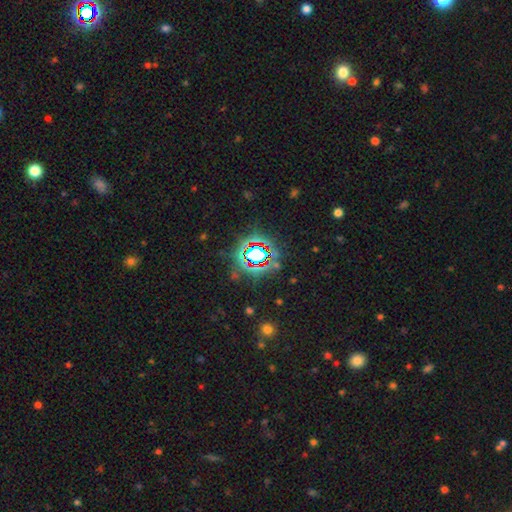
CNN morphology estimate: Smooth or featured? star or artifact (75%)